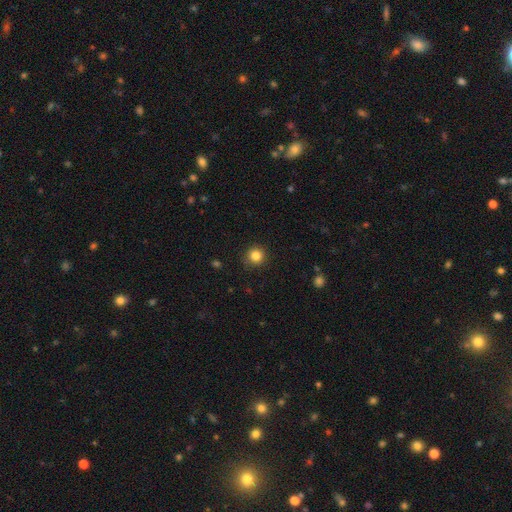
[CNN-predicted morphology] smooth-or-featured: smooth: 84% | star or artifact: 11% | featured or disk: 4%
  how-rounded: round: 94% | in between: 5% | cigar-shaped: 1%
  merging: none: 89% | minor disturbance: 8% | major disturbance: 2% | merger: 1%